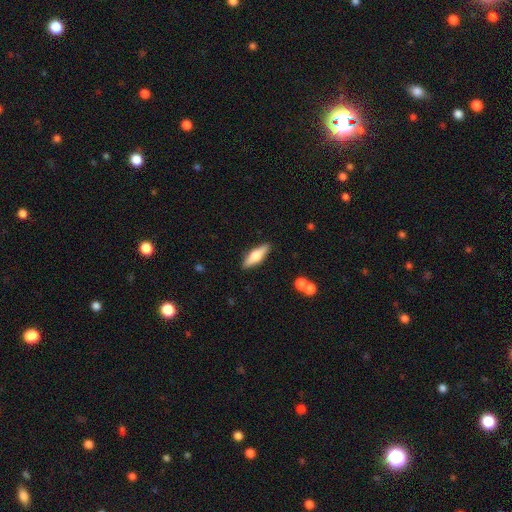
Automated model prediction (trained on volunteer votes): This appears to be a smooth galaxy with no disk features (49%). Merging: none (89%).